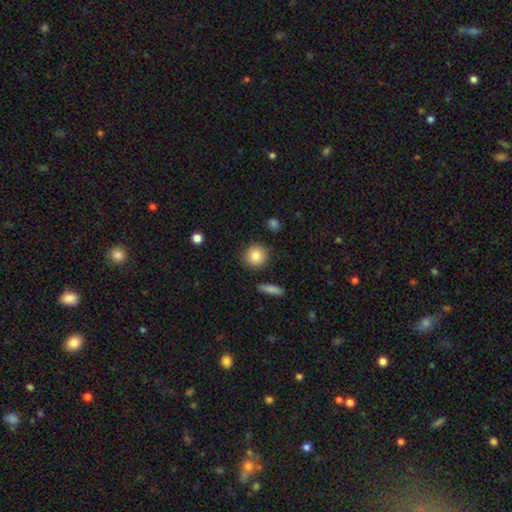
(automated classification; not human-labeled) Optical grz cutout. It shows a smooth galaxy with no disk features (84%) that is round (91%). Merging: none (88%).